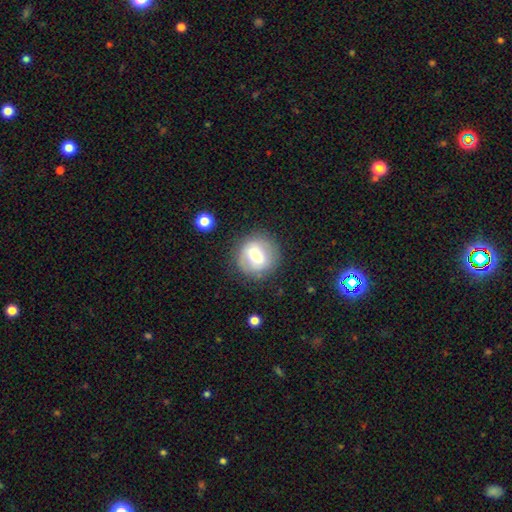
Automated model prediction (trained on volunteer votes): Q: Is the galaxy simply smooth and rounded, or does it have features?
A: smooth — 51%.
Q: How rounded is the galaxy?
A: round — 85%.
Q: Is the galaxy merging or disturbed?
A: none — 76%.